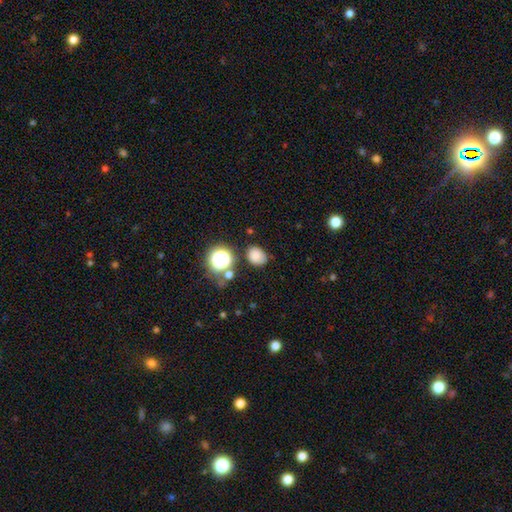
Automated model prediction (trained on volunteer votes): Smooth or featured? smooth (78%)
How rounded? round (54%)
Merging? none (73%)